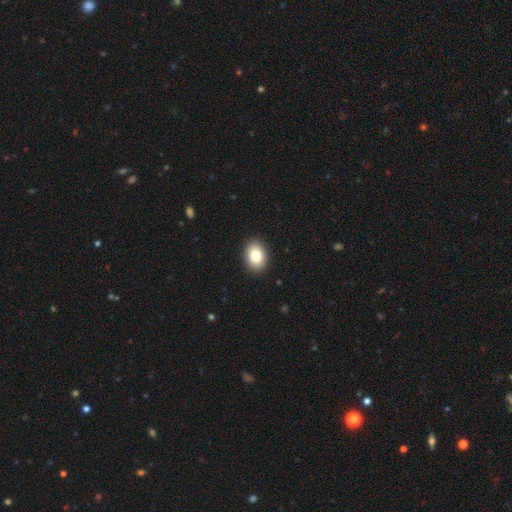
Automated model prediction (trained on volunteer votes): Smooth or featured? smooth (82%)
How rounded? in between (76%)
Merging? none (91%)